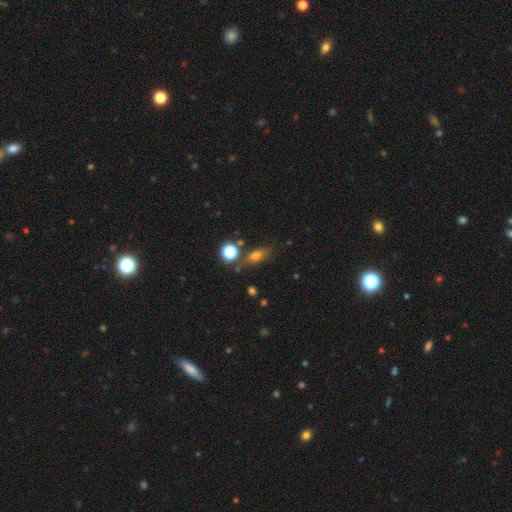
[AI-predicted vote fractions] This is likely a smooth galaxy (65%). How rounded: likely in between (63%). Merging: likely none (71%).